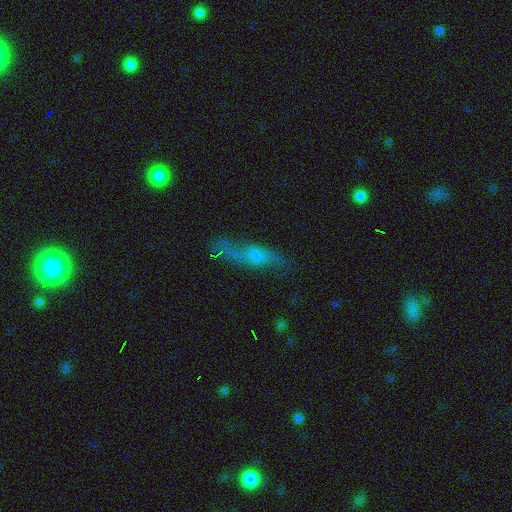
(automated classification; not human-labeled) Smooth or featured? Predicted: featured or disk (p=0.59). Edge-on disk? Predicted: no (p=0.52). Merging? Predicted: none (p=0.64).